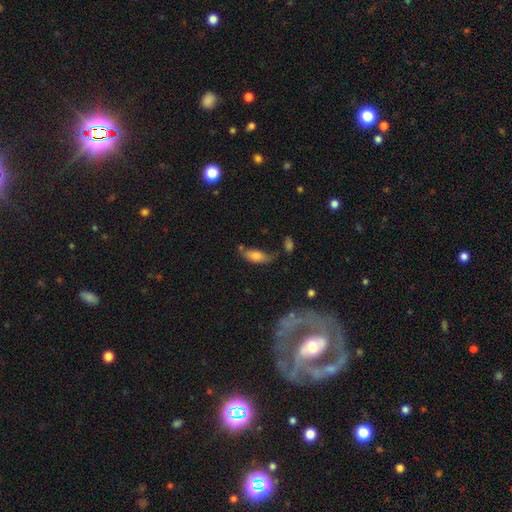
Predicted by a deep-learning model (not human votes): A smooth galaxy with no disk features (74%) that is in between round and cigar-shaped (81%). Merging: none (49%).